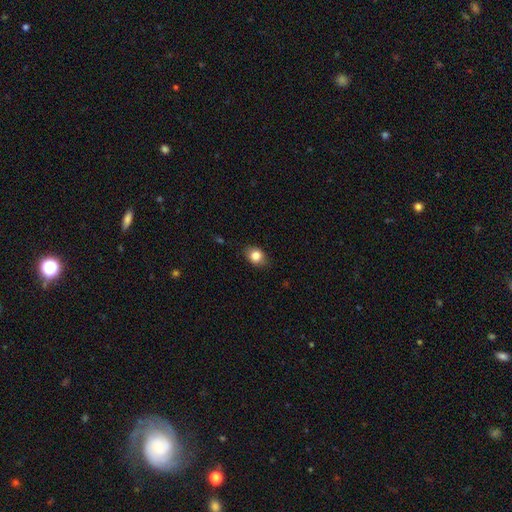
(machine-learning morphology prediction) A smooth galaxy with no disk features (82%) that is in between round and cigar-shaped (55%).

Vote fractions:
- Smooth or featured? smooth: 82% / star or artifact: 9% / featured or disk: 9%
- How rounded? in between: 55% / round: 44% / cigar-shaped: 1%
- Merging? none: 81% / minor disturbance: 15% / major disturbance: 3% / merger: 1%